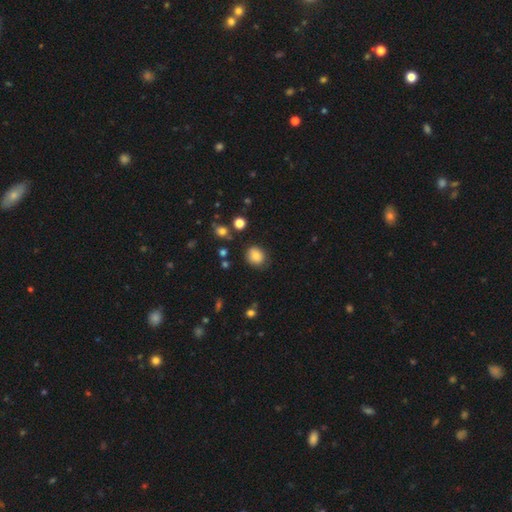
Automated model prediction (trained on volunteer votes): Overall: smooth (82%). How rounded: round (69%; in between 30%). Merging: none (80%).